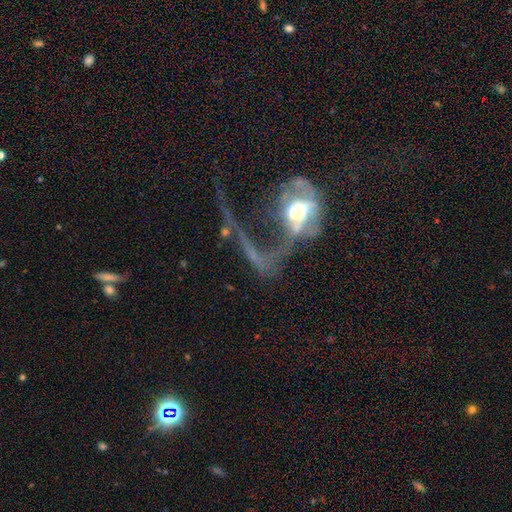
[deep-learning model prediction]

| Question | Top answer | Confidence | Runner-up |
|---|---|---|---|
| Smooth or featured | featured or disk | 62% | smooth (24%) |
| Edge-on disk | no | 88% | yes (12%) |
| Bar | no | 62% | weak (22%) |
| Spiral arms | no | 54% | yes (46%) |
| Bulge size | moderate | 50% | large (28%) |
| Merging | major disturbance | 65% | none (14%) |